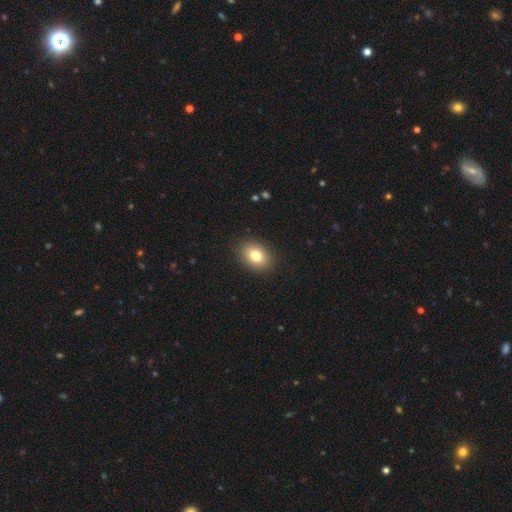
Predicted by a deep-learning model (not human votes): Smooth or featured? Predicted: smooth (p=0.82). How rounded? Predicted: in between (p=0.72). Merging? Predicted: none (p=0.89).